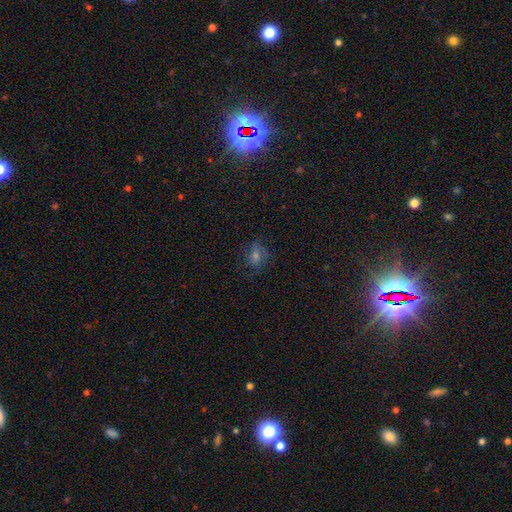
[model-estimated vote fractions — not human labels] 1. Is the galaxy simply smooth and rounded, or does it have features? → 39% smooth, 31% star or artifact, 30% featured or disk.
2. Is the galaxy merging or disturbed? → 71% none, 17% minor disturbance, 10% major disturbance, 1% merger.